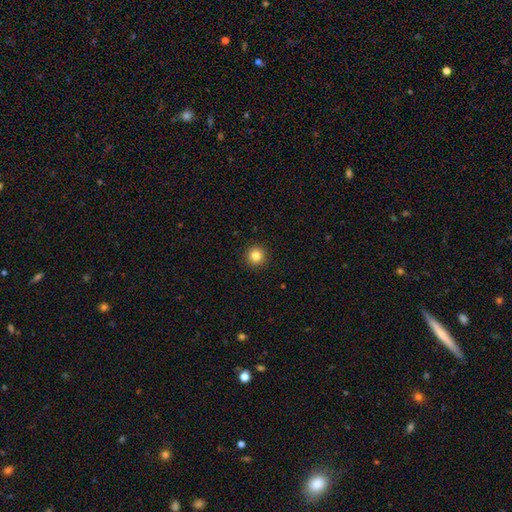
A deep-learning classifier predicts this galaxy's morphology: This appears to be a smooth galaxy with no disk features (83%) that is round (96%). Merging: none (93%).